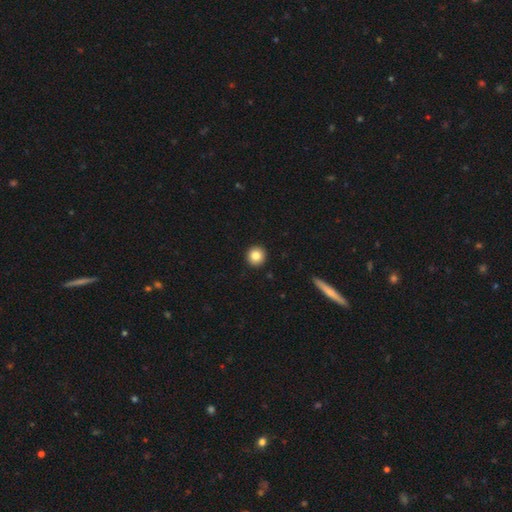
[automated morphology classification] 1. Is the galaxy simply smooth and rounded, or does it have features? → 83% smooth, 10% star or artifact, 7% featured or disk.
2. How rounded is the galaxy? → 95% round, 4% in between, 1% cigar-shaped.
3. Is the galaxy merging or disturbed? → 94% none, 4% minor disturbance, 1% major disturbance, 1% merger.